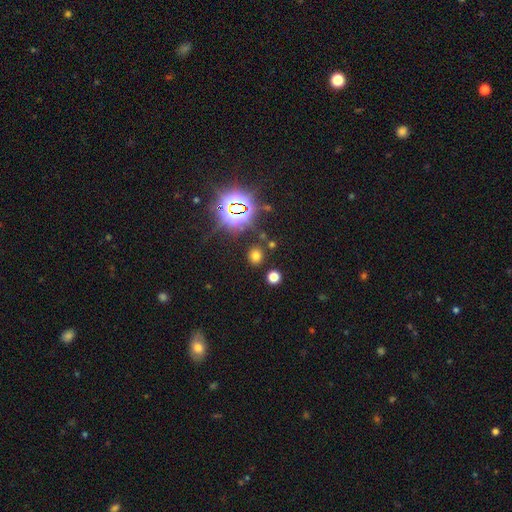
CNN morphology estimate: The model was most divided on "smooth or featured": smooth: 64%, star or artifact: 29%, featured or disk: 7%. More confident: merging — none (85%); how rounded — round (74%).